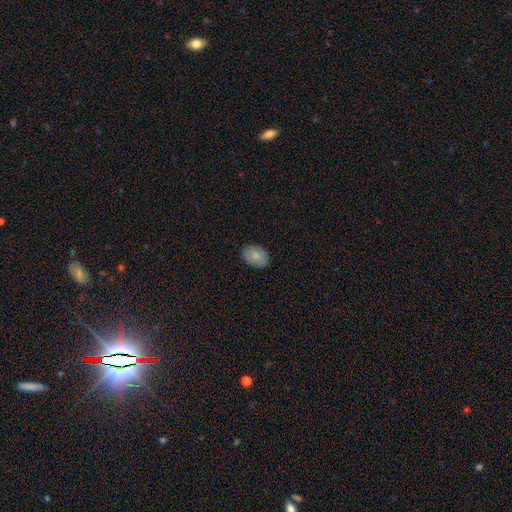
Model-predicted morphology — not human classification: Smooth or featured? smooth (84%)
How rounded? in between (80%)
Merging? none (87%)